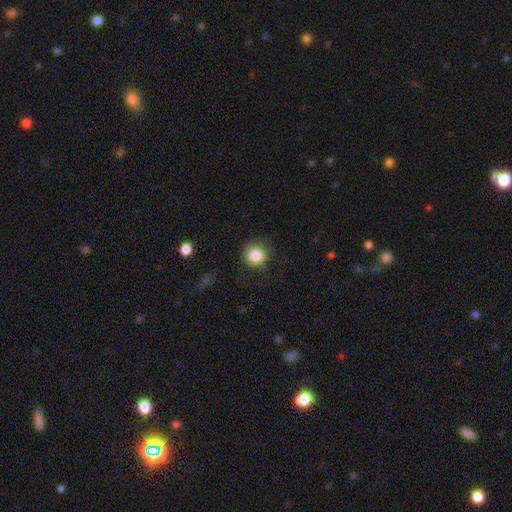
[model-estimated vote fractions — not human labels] The model was most divided on "merging": none: 83%, minor disturbance: 12%, major disturbance: 4%, merger: 1%. More confident: how rounded — round (93%); smooth or featured — smooth (85%).